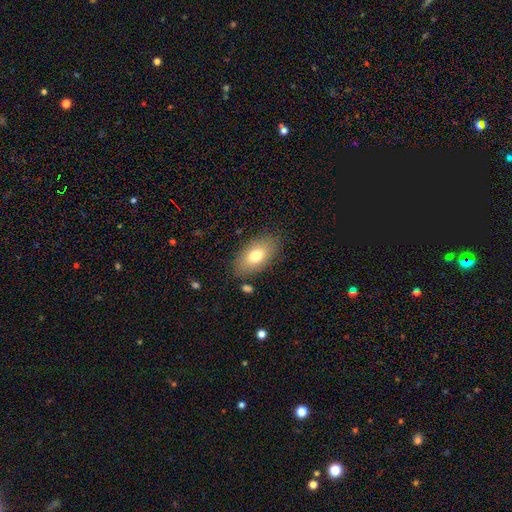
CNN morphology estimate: Smooth or featured? smooth (74%)
How rounded? in between (91%)
Merging? none (82%)